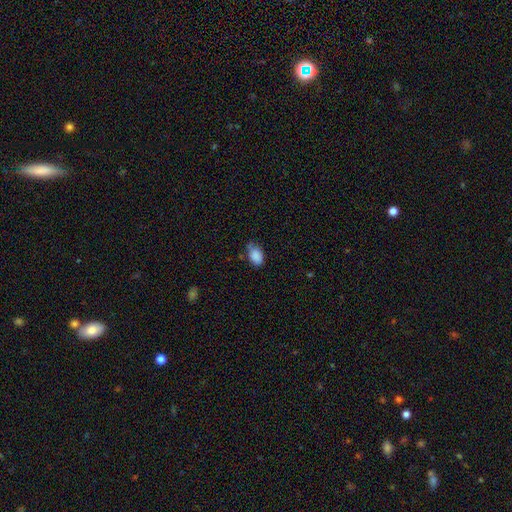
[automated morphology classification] A smooth galaxy with no disk features (87%) that is in between round and cigar-shaped (83%). Merging: none (55%).